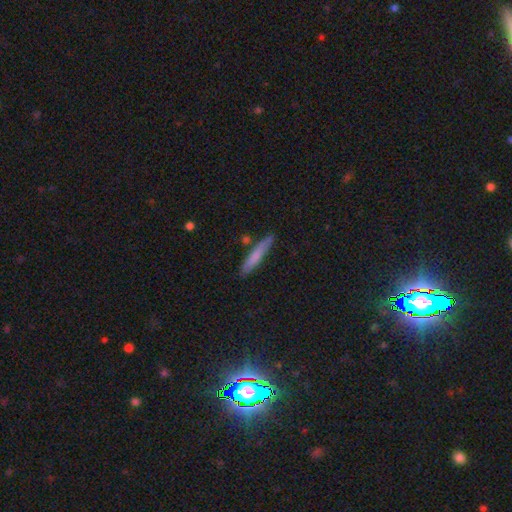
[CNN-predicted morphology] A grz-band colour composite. It shows a smooth galaxy with no disk features (71%) that is cigar-shaped (93%). Merging: none (82%).